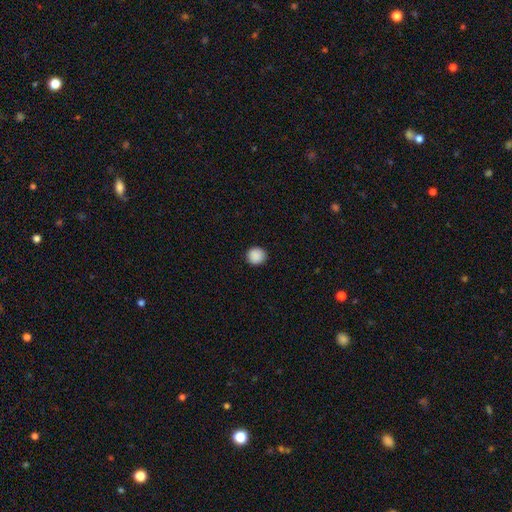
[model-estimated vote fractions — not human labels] Overall: smooth (89%). How rounded: round (91%). Merging: none (92%).